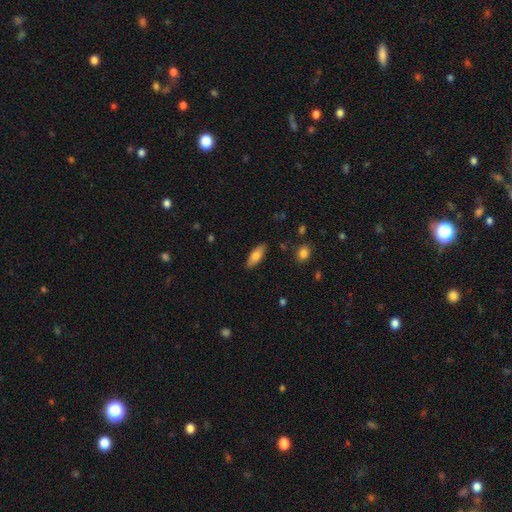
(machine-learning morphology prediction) Smooth or featured? smooth (76%)
How rounded? in between (70%)
Merging? none (87%)